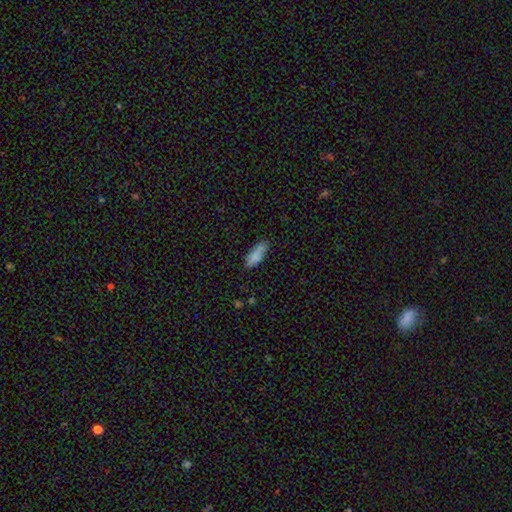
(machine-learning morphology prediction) A smooth galaxy with no disk features (84%) that is in between round and cigar-shaped (64%). Merging: none (72%).